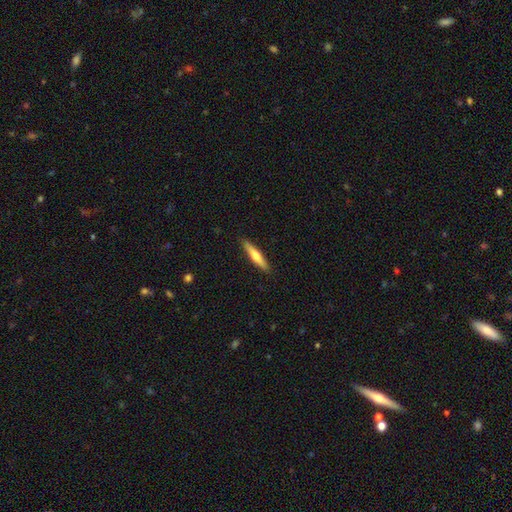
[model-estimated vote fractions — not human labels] Morphology: type=smooth (51%); roundness=cigar-shaped (88%); merging=none (90%).